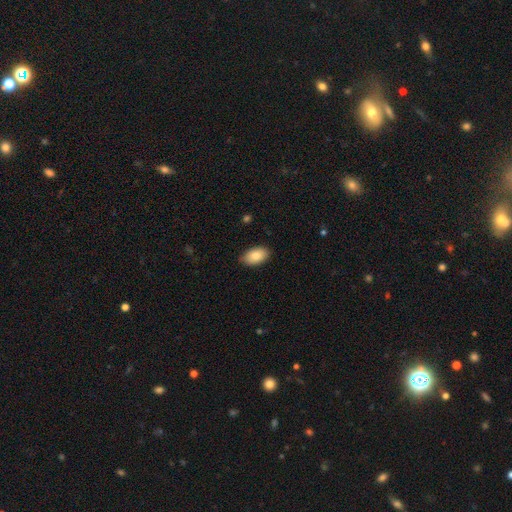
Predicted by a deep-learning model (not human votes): This appears to be a smooth galaxy with no disk features (85%) that is in between round and cigar-shaped (94%). Merging: none (87%).